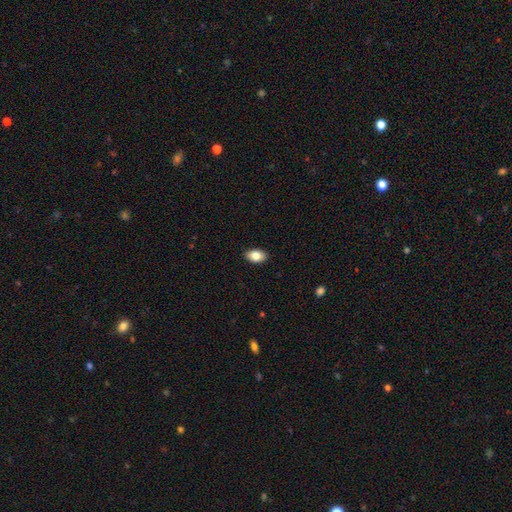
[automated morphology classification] Smooth or featured?
  - smooth: 83% *
  - featured or disk: 10%
  - star or artifact: 7%
How rounded?
  - in between: 90% *
  - round: 8%
  - cigar-shaped: 2%
Merging?
  - none: 89% *
  - minor disturbance: 8%
  - major disturbance: 2%
  - merger: 1%